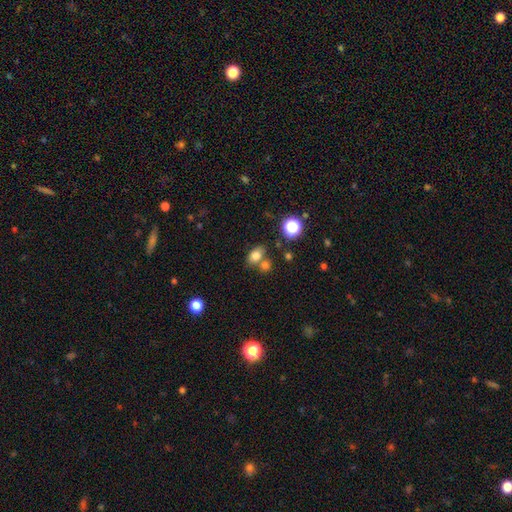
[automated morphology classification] Smooth or featured: smooth — 78% (star or artifact — 13%)
How rounded: in between — 74% (round — 24%)
Merging: none — 56% (merger — 28%)